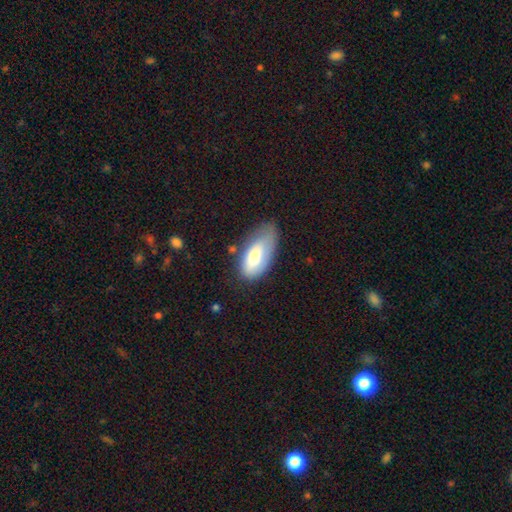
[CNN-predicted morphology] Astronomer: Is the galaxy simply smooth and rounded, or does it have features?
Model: smooth — 74%.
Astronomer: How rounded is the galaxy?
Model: in between — 90%.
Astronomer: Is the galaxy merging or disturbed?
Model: none — 46% (runner-up: minor disturbance, 37%).